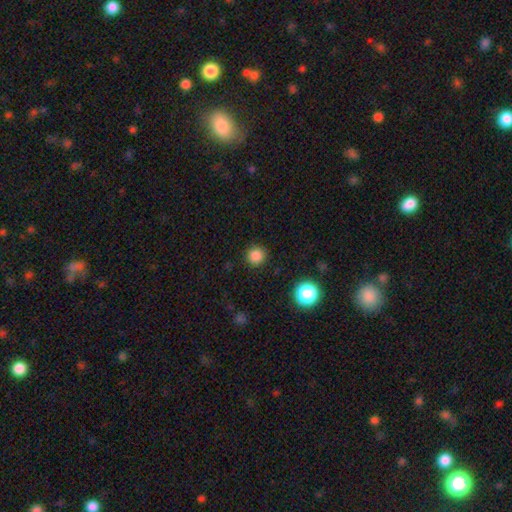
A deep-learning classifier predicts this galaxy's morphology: Smooth or featured?
  - smooth: 84% *
  - star or artifact: 13%
  - featured or disk: 3%
How rounded?
  - round: 95% *
  - in between: 4%
  - cigar-shaped: 1%
Merging?
  - none: 90% *
  - minor disturbance: 6%
  - major disturbance: 2%
  - merger: 1%